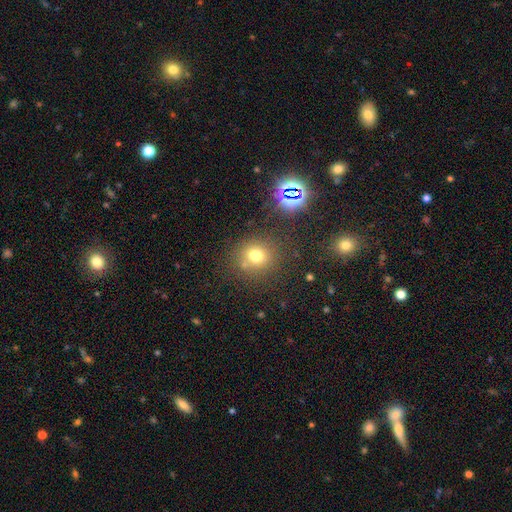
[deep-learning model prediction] Smooth or featured: smooth — 72% (star or artifact — 19%)
How rounded: round — 84% (in between — 15%)
Merging: none — 75% (minor disturbance — 11%)